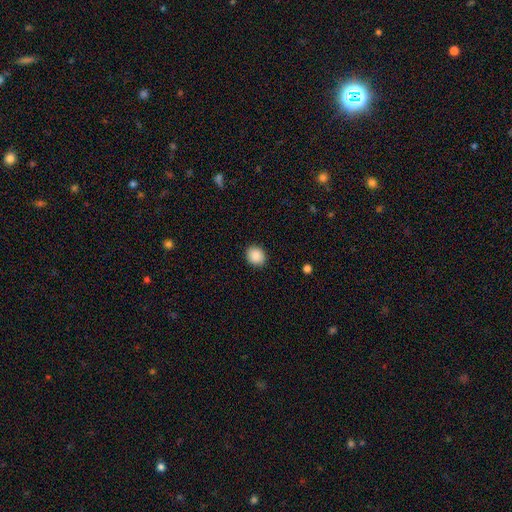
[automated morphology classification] type=smooth (89%); roundness=round (60%); merging=none (90%).